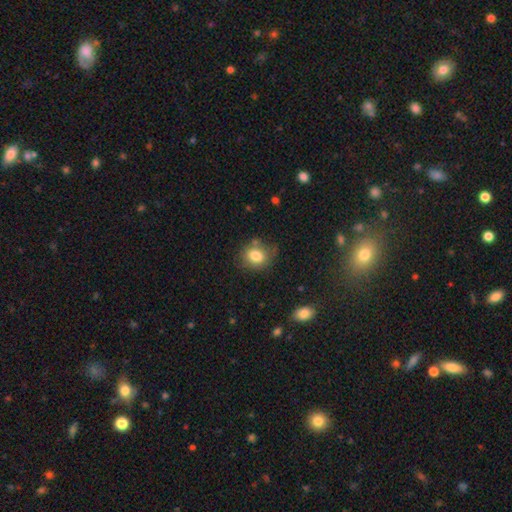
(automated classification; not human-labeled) This appears to be a smooth galaxy with no disk features (81%) that is round (62%). Merging: none (72%).